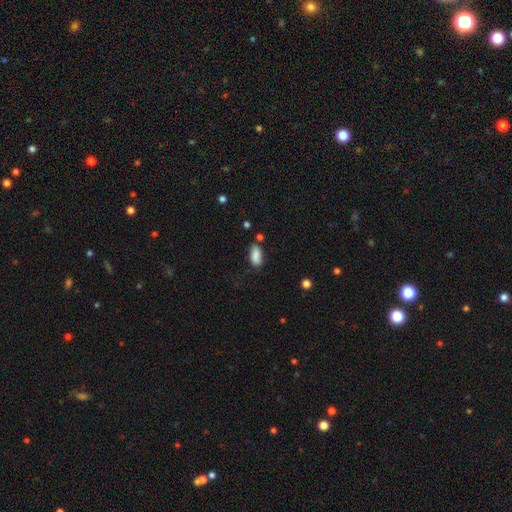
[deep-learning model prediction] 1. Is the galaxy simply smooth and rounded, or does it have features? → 86% smooth, 8% star or artifact, 6% featured or disk.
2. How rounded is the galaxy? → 90% in between, 7% cigar-shaped, 4% round.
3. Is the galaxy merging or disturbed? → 62% none, 26% minor disturbance, 6% merger, 6% major disturbance.